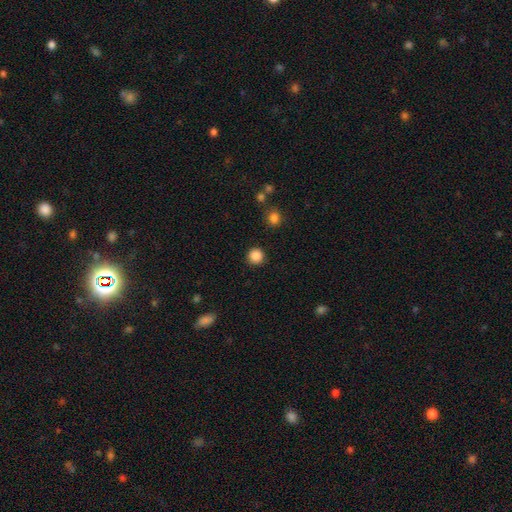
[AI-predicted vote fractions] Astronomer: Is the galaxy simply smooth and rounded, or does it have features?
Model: smooth — 87%.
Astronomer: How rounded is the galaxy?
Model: round — 95%.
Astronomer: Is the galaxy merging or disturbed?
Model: none — 91%.